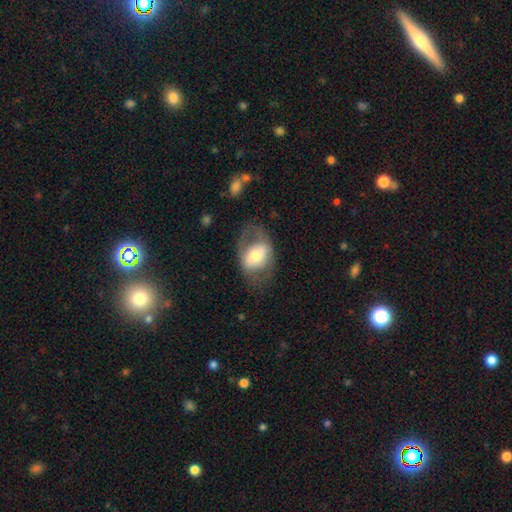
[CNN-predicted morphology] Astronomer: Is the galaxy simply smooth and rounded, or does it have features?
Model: smooth — 48% (runner-up: featured or disk, 45%).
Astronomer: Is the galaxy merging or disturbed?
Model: none — 55%.